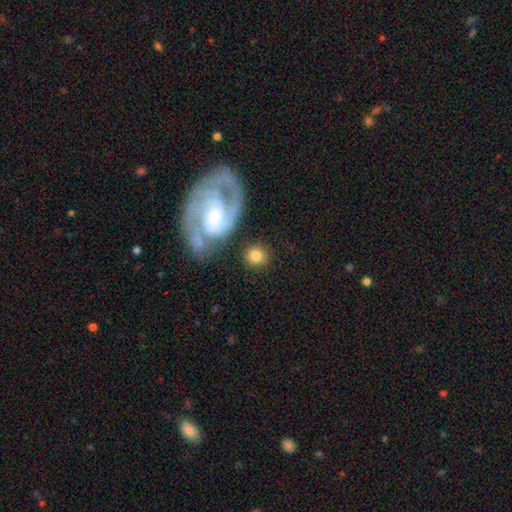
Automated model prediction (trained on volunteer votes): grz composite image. It shows a smooth galaxy with no disk features (77%) that is round (90%). Merging: none (80%).